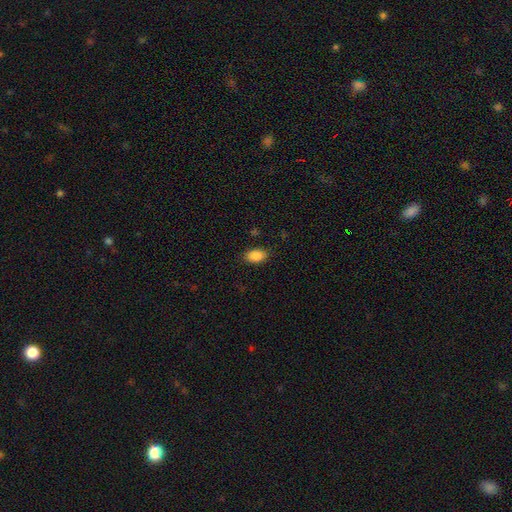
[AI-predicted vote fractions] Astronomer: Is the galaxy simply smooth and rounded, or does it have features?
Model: smooth — 89%.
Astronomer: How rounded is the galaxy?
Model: in between — 88%.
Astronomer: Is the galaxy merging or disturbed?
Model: none — 85%.